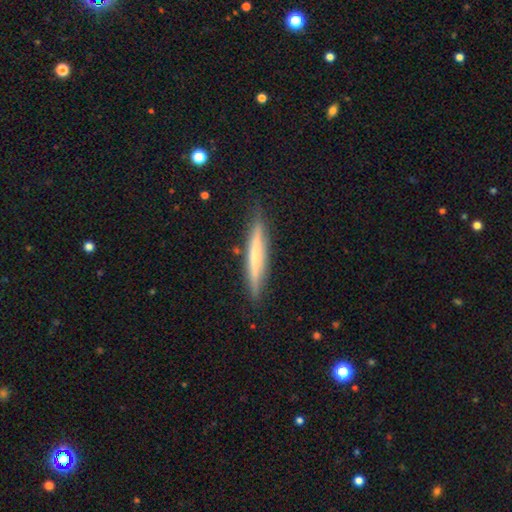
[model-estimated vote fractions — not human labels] Smooth or featured: smooth — 48% (featured or disk — 46%)
Merging: none — 85% (minor disturbance — 11%)